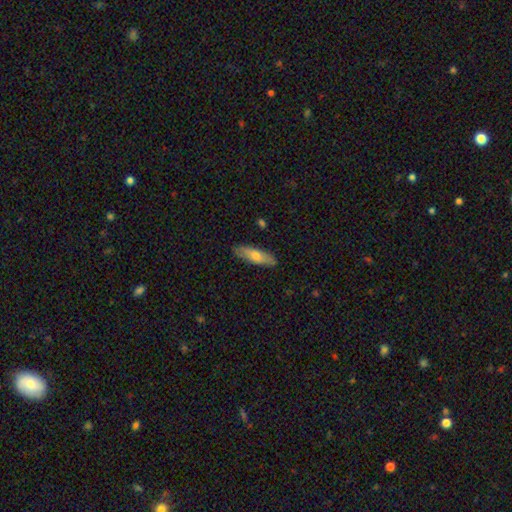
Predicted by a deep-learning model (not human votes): Q: Smooth or featured?
A: smooth (69%); runner-up: featured or disk (25%)
Q: How rounded?
A: cigar-shaped (53%); runner-up: in between (45%)
Q: Merging?
A: none (86%); runner-up: minor disturbance (11%)